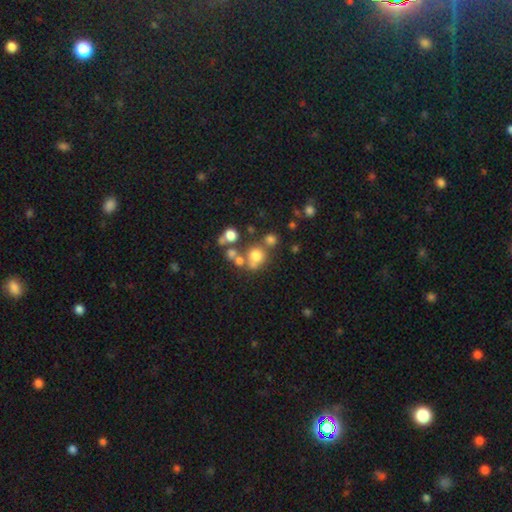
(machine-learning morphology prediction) smooth_or_featured: smooth (p=0.66) [alt: star or artifact p=0.18]
how_rounded: round (p=0.84) [alt: in between p=0.15]
merging: none (p=0.53) [alt: merger p=0.30]